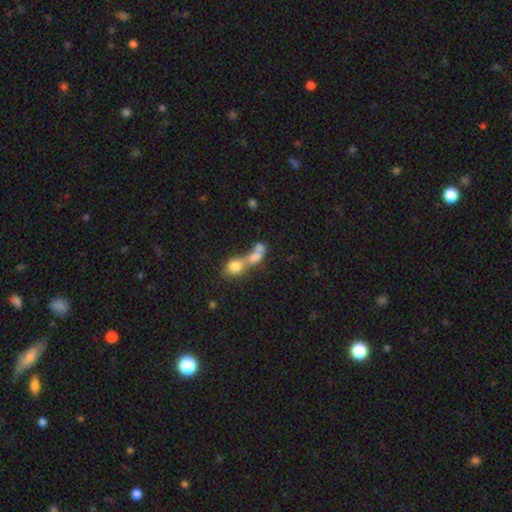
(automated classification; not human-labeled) Q: Smooth or featured?
A: smooth (69%); runner-up: featured or disk (19%)
Q: How rounded?
A: in between (58%); runner-up: round (33%)
Q: Merging?
A: merger (72%); runner-up: none (16%)